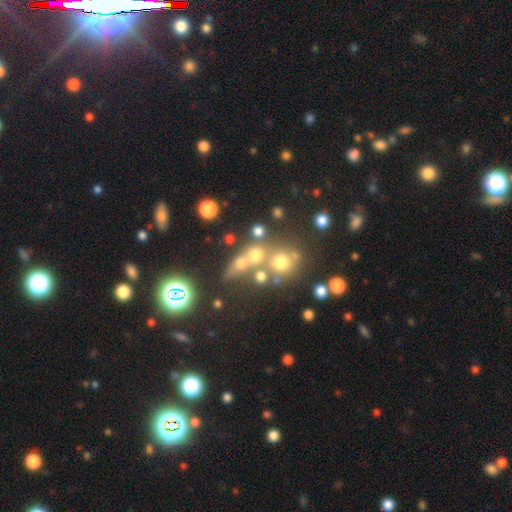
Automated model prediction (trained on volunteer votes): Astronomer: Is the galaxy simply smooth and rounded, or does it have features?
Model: smooth — 46% (runner-up: star or artifact, 33%).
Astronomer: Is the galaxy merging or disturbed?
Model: none — 46% (runner-up: merger, 40%).